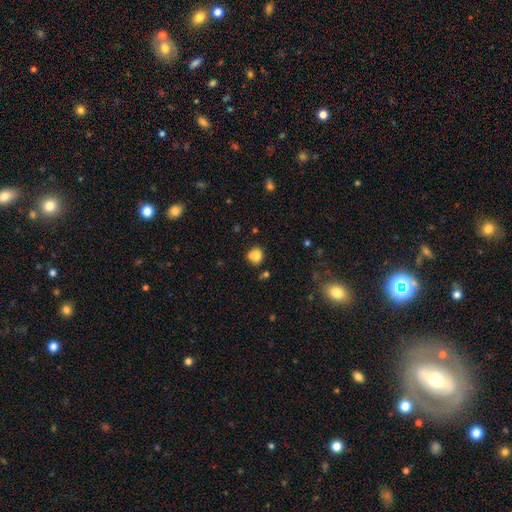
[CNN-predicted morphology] smooth 77%, featured or disk 12%, star or artifact 11%. Down the decision tree: how rounded — round (73%); merging — none (52%).